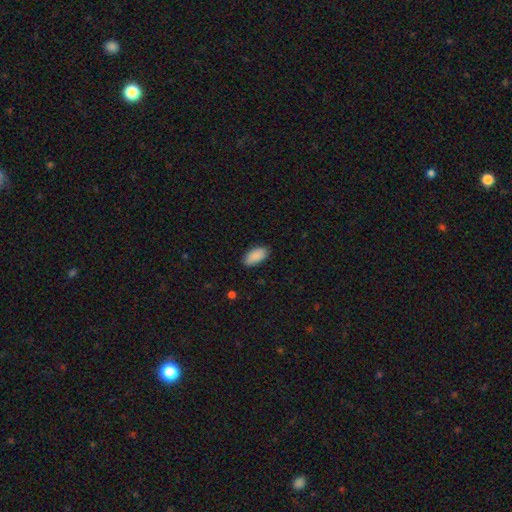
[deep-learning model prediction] Q: Smooth or featured?
A: smooth (90%); runner-up: star or artifact (7%)
Q: How rounded?
A: in between (92%); runner-up: cigar-shaped (6%)
Q: Merging?
A: none (85%); runner-up: minor disturbance (11%)